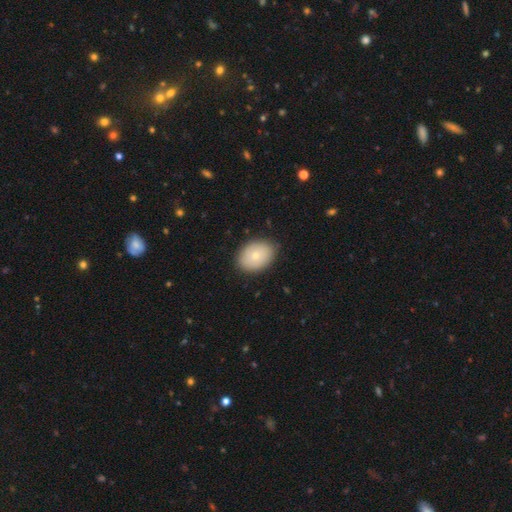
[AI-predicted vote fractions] Smooth or featured? smooth (74%)
How rounded? in between (71%)
Merging? none (85%)